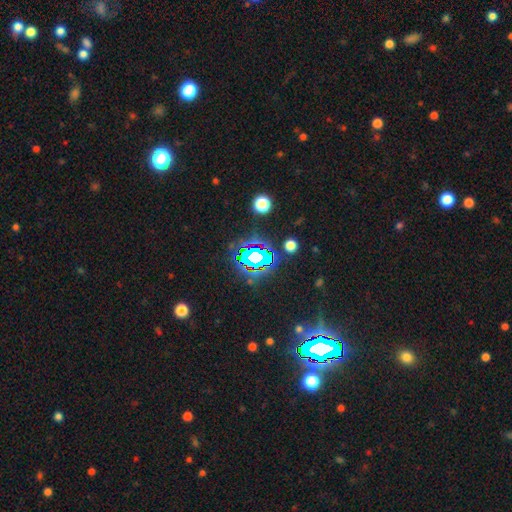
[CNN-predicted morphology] star or artifact 78%, smooth 13%, featured or disk 9%.